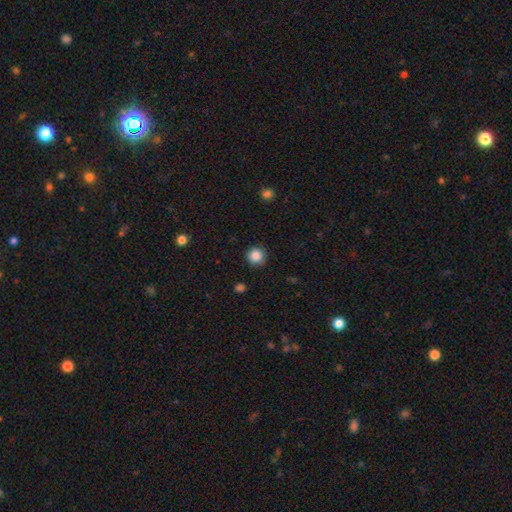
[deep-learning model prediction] Smooth or featured? smooth (87%)
How rounded? round (94%)
Merging? none (88%)